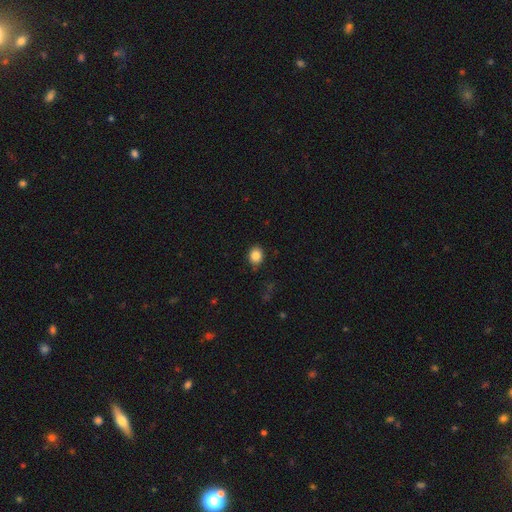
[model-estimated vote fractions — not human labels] Smooth or featured?
  - smooth: 85% *
  - star or artifact: 10%
  - featured or disk: 5%
How rounded?
  - round: 57% *
  - in between: 42%
  - cigar-shaped: 1%
Merging?
  - none: 85% *
  - minor disturbance: 12%
  - major disturbance: 2%
  - merger: 1%